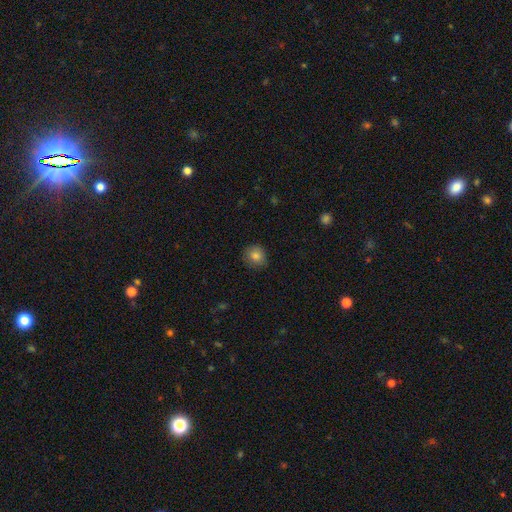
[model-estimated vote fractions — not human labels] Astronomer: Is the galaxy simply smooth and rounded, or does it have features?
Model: smooth — 82%.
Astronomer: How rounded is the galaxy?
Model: round — 84%.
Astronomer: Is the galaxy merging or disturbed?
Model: none — 83%.